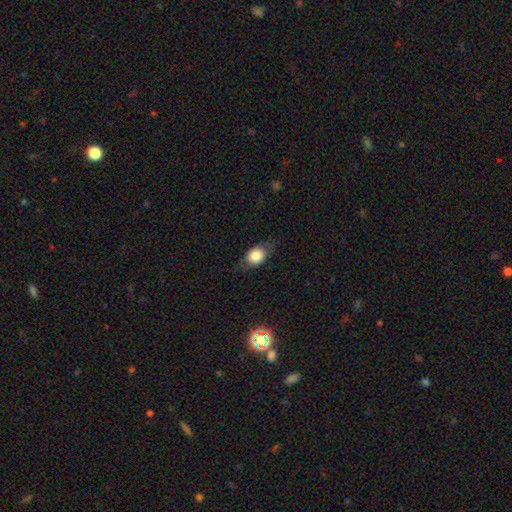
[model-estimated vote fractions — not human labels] smooth-or-featured: smooth: 69% | featured or disk: 23% | star or artifact: 9%
  how-rounded: in between: 55% | round: 41% | cigar-shaped: 3%
  merging: none: 71% | minor disturbance: 19% | major disturbance: 8% | merger: 1%